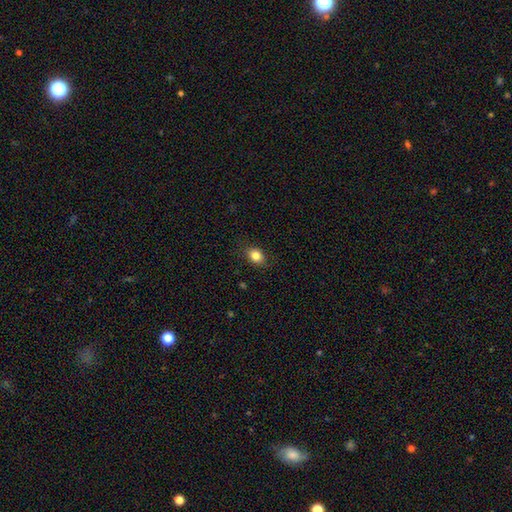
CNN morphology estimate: type=smooth (85%); roundness=in between (60%); merging=none (83%).